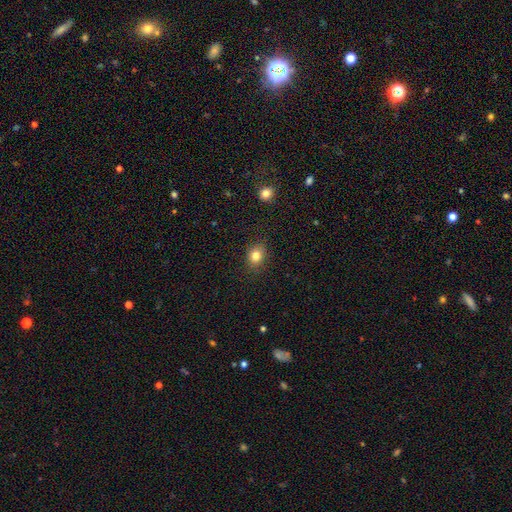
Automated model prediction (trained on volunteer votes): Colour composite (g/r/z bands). It shows a smooth galaxy with no disk features (82%) that is round (53%). Merging: none (85%).